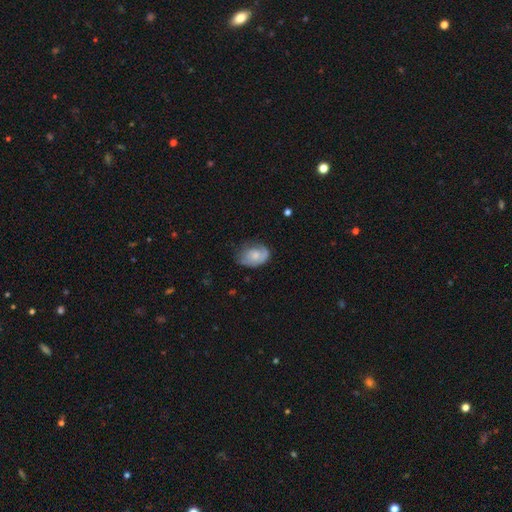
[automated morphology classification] Smooth or featured? Predicted: smooth (p=0.51). How rounded? Predicted: in between (p=0.75). Merging? Predicted: none (p=0.52).